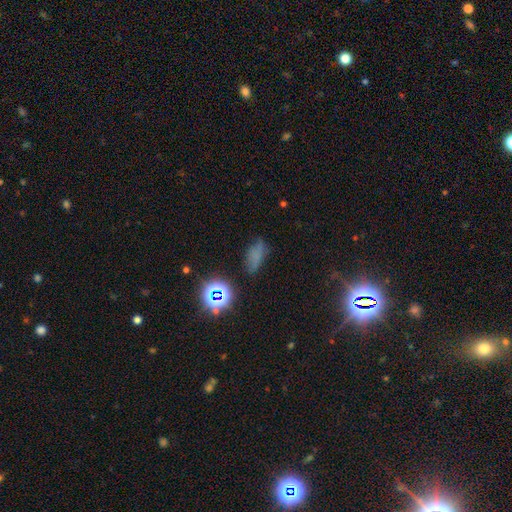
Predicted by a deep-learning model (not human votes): The model was most divided on "smooth or featured": smooth: 57%, star or artifact: 29%, featured or disk: 14%. More confident: how rounded — in between (77%); merging — none (60%).